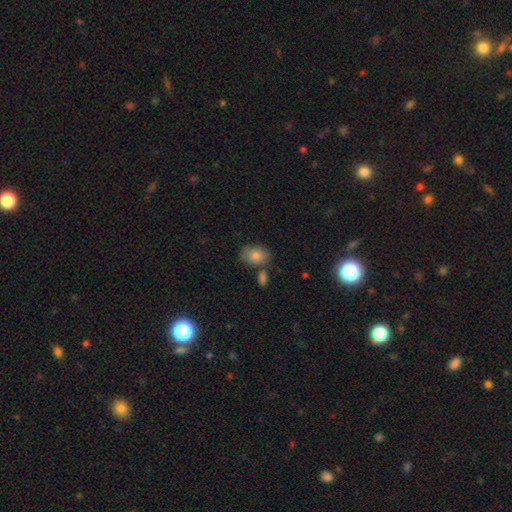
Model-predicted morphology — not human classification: smooth 80%, featured or disk 10%, star or artifact 10%. Down the decision tree: how rounded — in between (73%); merging — none (66%).